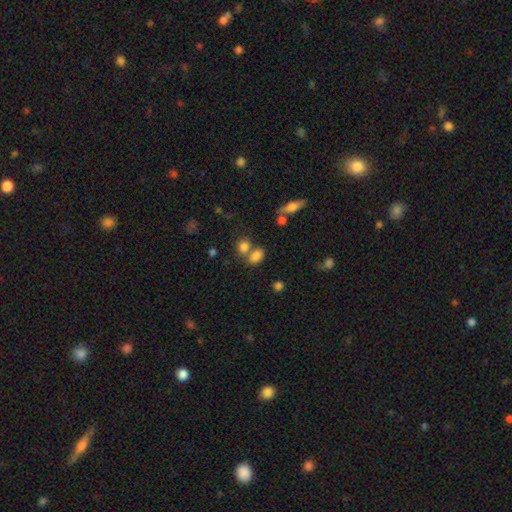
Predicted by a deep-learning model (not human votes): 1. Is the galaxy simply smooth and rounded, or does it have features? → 79% smooth, 12% star or artifact, 9% featured or disk.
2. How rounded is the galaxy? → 78% in between, 20% round, 2% cigar-shaped.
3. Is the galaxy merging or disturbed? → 47% none, 36% merger, 11% minor disturbance, 5% major disturbance.